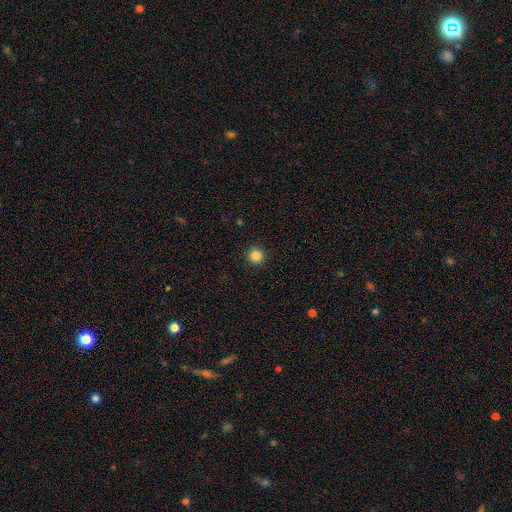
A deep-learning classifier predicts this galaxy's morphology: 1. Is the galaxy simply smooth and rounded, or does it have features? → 86% smooth, 11% star or artifact, 3% featured or disk.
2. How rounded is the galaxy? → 96% round, 3% in between, 1% cigar-shaped.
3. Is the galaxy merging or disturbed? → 93% none, 4% minor disturbance, 2% major disturbance, 1% merger.